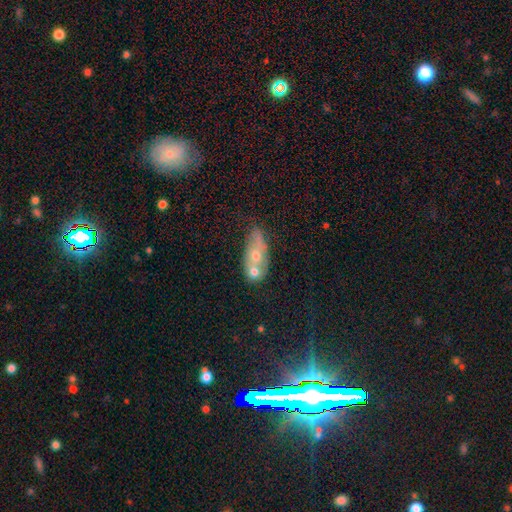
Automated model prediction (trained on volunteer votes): A smooth galaxy with no disk features (52%) that is in between round and cigar-shaped (69%). Merging: merger (56%).